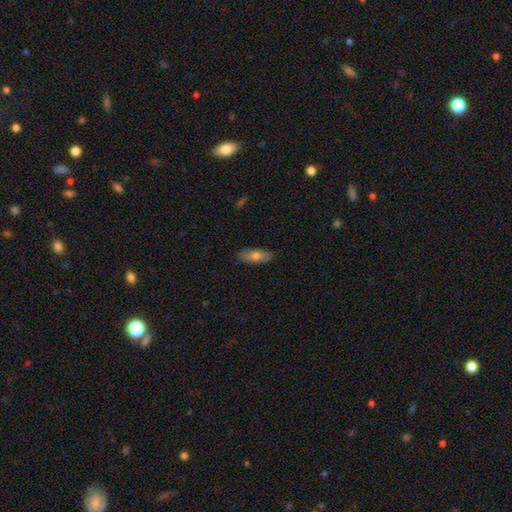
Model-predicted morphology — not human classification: Smooth or featured? Predicted: smooth (p=0.67). How rounded? Predicted: in between (p=0.64). Merging? Predicted: none (p=0.88).